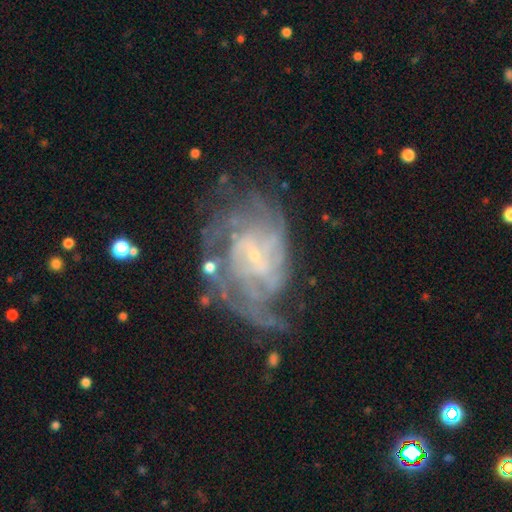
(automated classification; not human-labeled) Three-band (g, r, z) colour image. It shows a featured or disk galaxy (84%) with no bar (48%), tight (49%) spiral arms (89%) and a small central bulge (79%). Merging: none (50%).